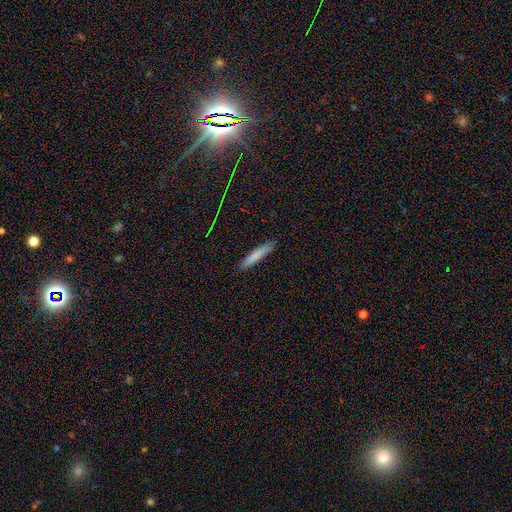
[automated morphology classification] This appears to be a smooth galaxy with no disk features (78%) that is cigar-shaped (94%). Merging: none (87%).